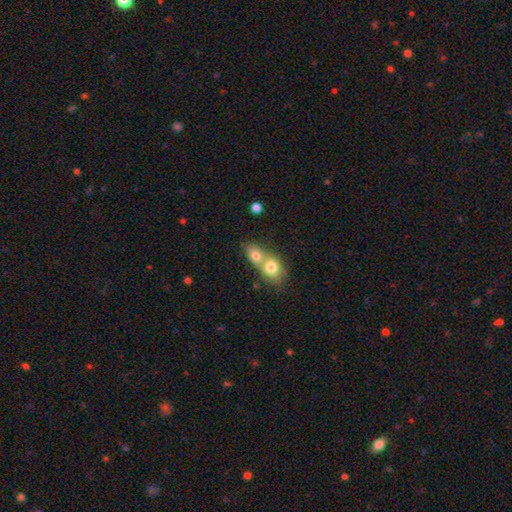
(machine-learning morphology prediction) smooth_or_featured: smooth (p=0.75) [alt: featured or disk p=0.16]
how_rounded: in between (p=0.57) [alt: round p=0.40]
merging: merger (p=0.73) [alt: none p=0.19]